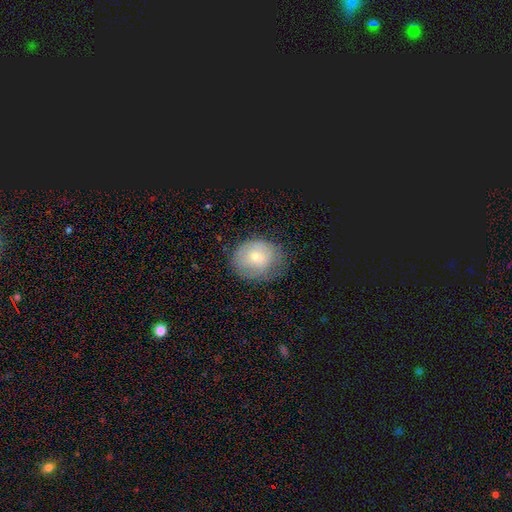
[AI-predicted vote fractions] Smooth or featured?
  - smooth: 57% *
  - featured or disk: 31%
  - star or artifact: 12%
How rounded?
  - round: 66% *
  - in between: 33%
  - cigar-shaped: 1%
Merging?
  - none: 68% *
  - minor disturbance: 23%
  - major disturbance: 8%
  - merger: 1%